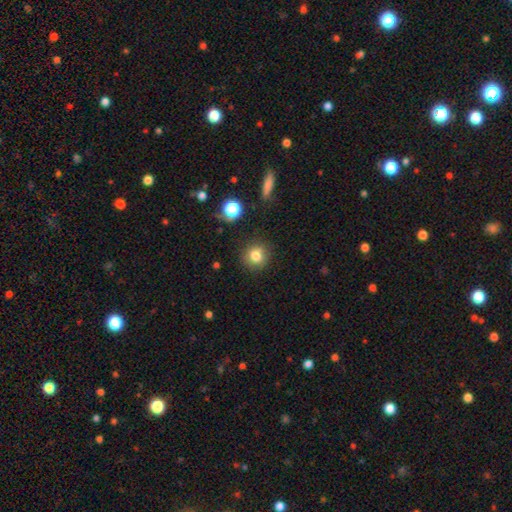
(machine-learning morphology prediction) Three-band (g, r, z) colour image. It shows a smooth galaxy with no disk features (78%) that is round (83%). Merging: none (82%).